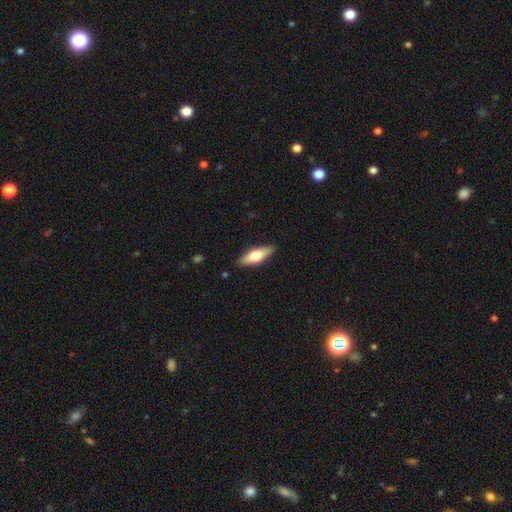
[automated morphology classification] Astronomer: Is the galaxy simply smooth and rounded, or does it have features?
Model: smooth — 53% (runner-up: featured or disk, 41%).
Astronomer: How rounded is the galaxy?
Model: in between — 50% (runner-up: cigar-shaped, 48%).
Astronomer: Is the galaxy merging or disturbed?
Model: none — 88%.